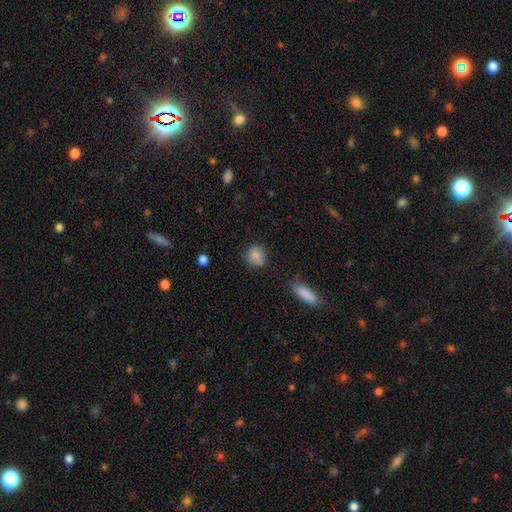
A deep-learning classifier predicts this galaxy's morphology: This appears to be a smooth galaxy with no disk features (82%) that is round (80%). Merging: none (71%).